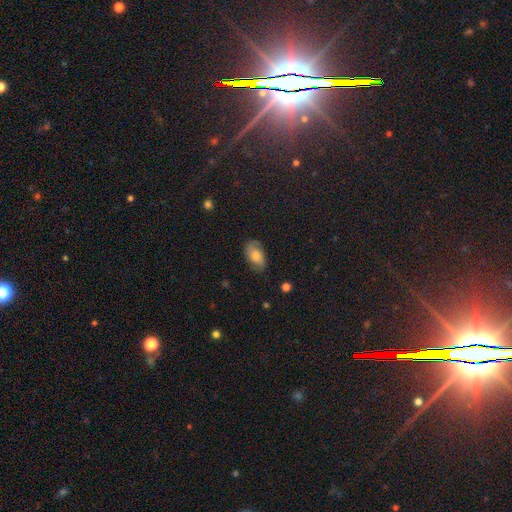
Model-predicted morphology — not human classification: A smooth galaxy with no disk features (56%) that is in between round and cigar-shaped (91%).

Vote fractions:
- Smooth or featured? smooth: 56% / featured or disk: 34% / star or artifact: 9%
- How rounded? in between: 91% / round: 7% / cigar-shaped: 2%
- Merging? none: 75% / minor disturbance: 19% / major disturbance: 5% / merger: 1%